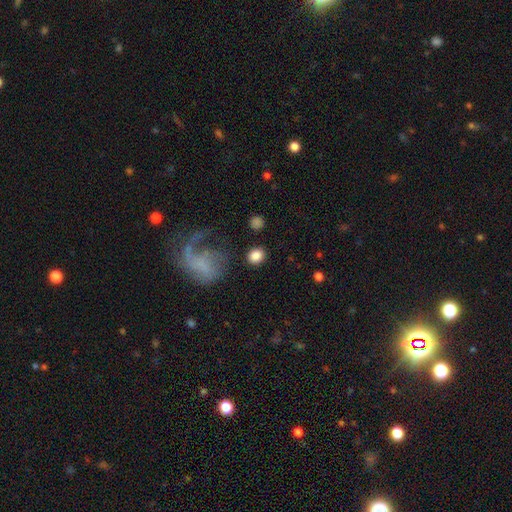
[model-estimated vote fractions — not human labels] Overall: smooth (84%). How rounded: round (69%; in between 30%). Merging: none (83%).